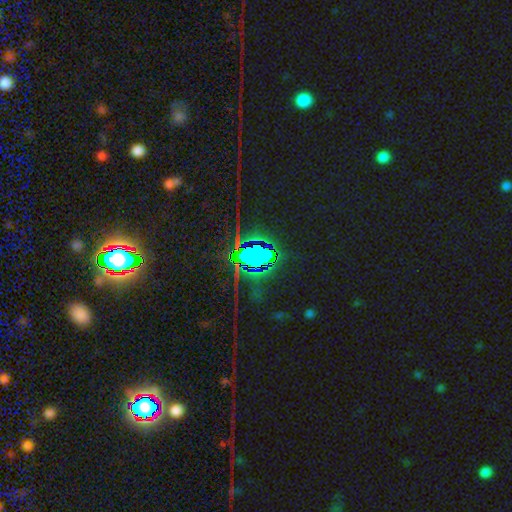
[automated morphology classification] Smooth or featured: star or artifact — 78% (smooth — 12%)